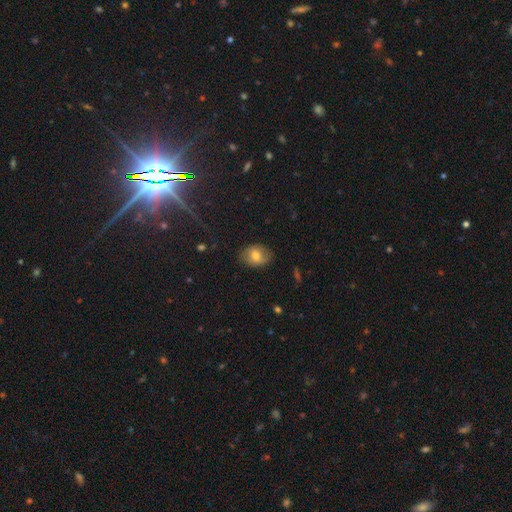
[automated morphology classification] smooth 64%, featured or disk 26%, star or artifact 10%. Down the decision tree: how rounded — in between (66%); merging — none (77%).